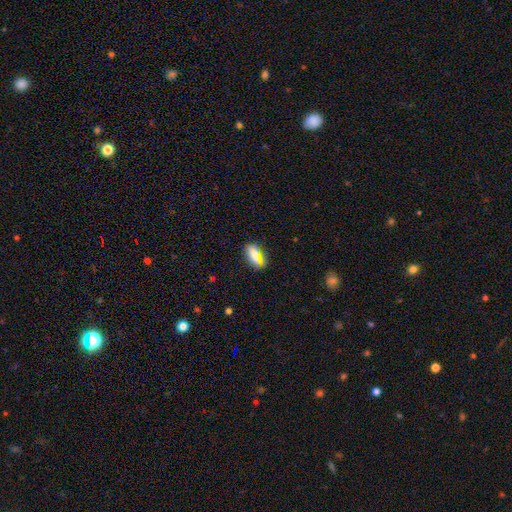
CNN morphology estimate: type=smooth (76%); roundness=in between (82%); merging=none (79%).